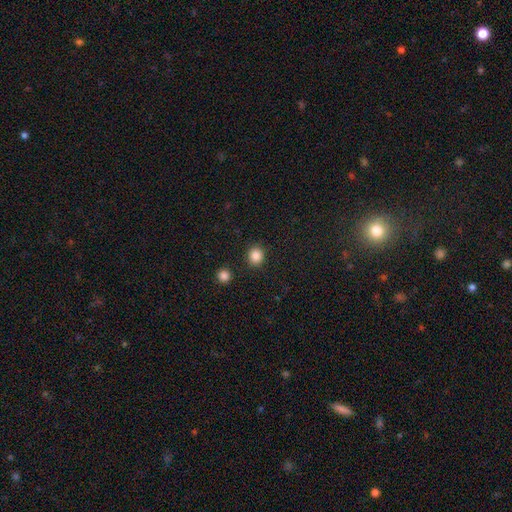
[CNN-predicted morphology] Smooth or featured?
  - smooth: 86% *
  - star or artifact: 11%
  - featured or disk: 4%
How rounded?
  - round: 80% *
  - in between: 19%
  - cigar-shaped: 1%
Merging?
  - none: 88% *
  - minor disturbance: 7%
  - merger: 3%
  - major disturbance: 2%